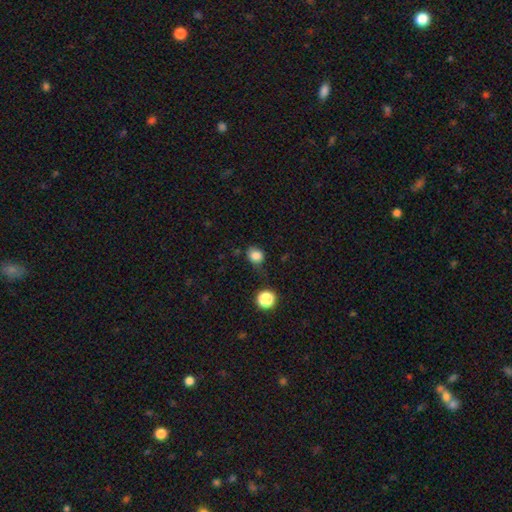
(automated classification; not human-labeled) This appears to be a smooth galaxy with no disk features (83%) that is round (60%). Merging: none (65%).